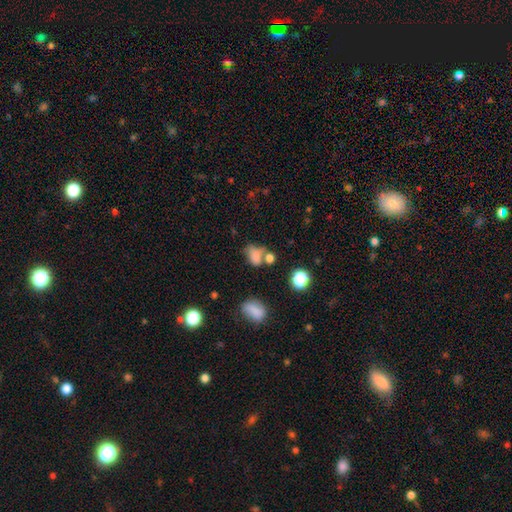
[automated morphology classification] Smooth or featured?
  - smooth: 70% *
  - star or artifact: 15%
  - featured or disk: 15%
How rounded?
  - in between: 75% *
  - round: 22%
  - cigar-shaped: 3%
Merging?
  - none: 33% * (tied)
  - merger: 33% * (tied)
  - minor disturbance: 19%
  - major disturbance: 15%